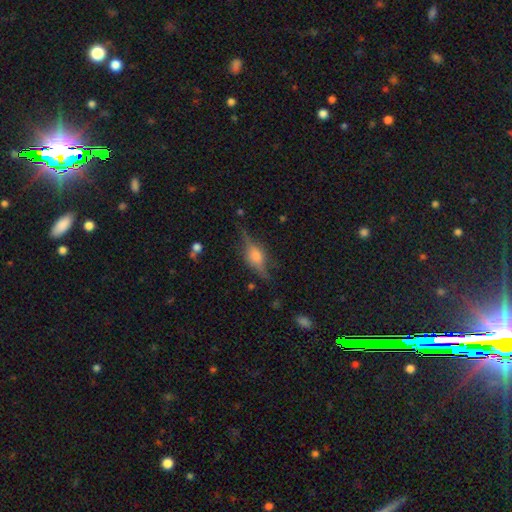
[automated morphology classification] A featured or disk galaxy (74%) viewed edge-on (95%) with a rounded central bulge (86%).

Vote fractions:
- Smooth or featured? featured or disk: 74% / smooth: 17% / star or artifact: 9%
- Edge-on disk? yes: 95% / no: 5%
- Edge-on bulge? rounded: 86% / boxy: 12% / none: 2%
- Merging? none: 80% / minor disturbance: 14% / major disturbance: 5% / merger: 2%